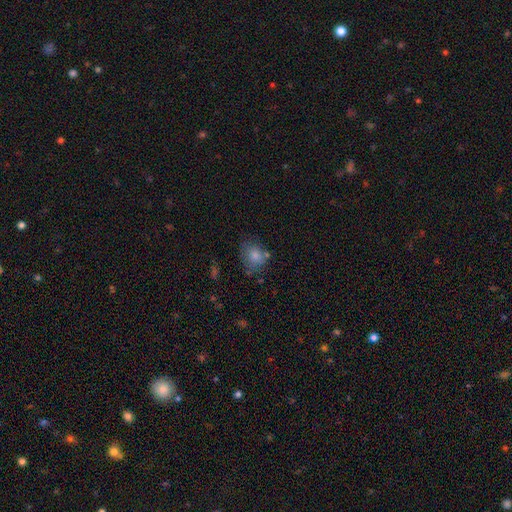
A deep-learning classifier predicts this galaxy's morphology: Smooth or featured?
  - smooth: 73% *
  - star or artifact: 14%
  - featured or disk: 13%
How rounded?
  - round: 62% *
  - in between: 37%
  - cigar-shaped: 1%
Merging?
  - none: 67% *
  - minor disturbance: 20%
  - merger: 8%
  - major disturbance: 6%